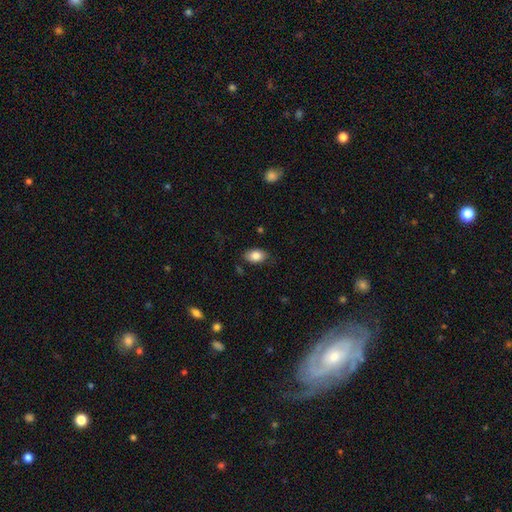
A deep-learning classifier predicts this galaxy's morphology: type=smooth (84%); roundness=in between (91%); merging=none (82%).